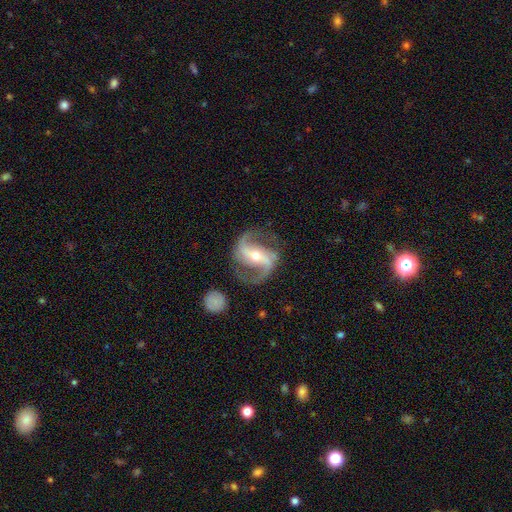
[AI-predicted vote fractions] smooth-or-featured: featured or disk: 92% | star or artifact: 5% | smooth: 3%
  disk-edge-on: no: 97% | yes: 3%
    bar: strong: 52% | weak: 27% | no: 21%
    has-spiral-arms: yes: 98% | no: 2%
      spiral-winding: loose: 46% | medium: 44% | tight: 10%
      spiral-arm-count: 2: 92% | 3: 2% | 1: 2% | can't tell: 2% | 4: 1% | more than 4: 1%
    bulge-size: small: 56% | moderate: 41% | large: 2% | none: 1% | dominant: 1%
  merging: none: 77% | minor disturbance: 13% | major disturbance: 7% | merger: 2%